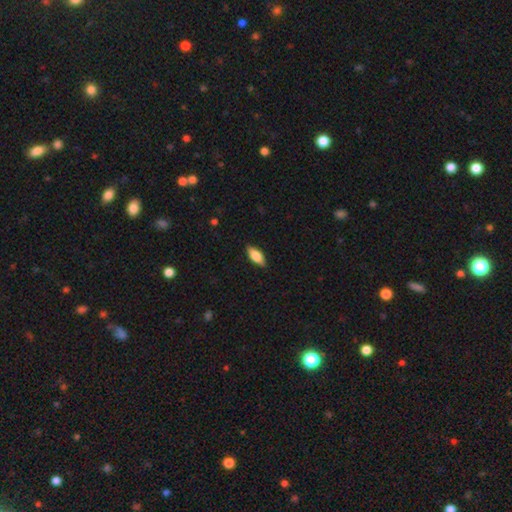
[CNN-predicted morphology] Smooth or featured?
  - smooth: 71% *
  - featured or disk: 23%
  - star or artifact: 6%
How rounded?
  - in between: 76% *
  - cigar-shaped: 21%
  - round: 3%
Merging?
  - none: 86% *
  - minor disturbance: 11%
  - major disturbance: 2%
  - merger: 1%